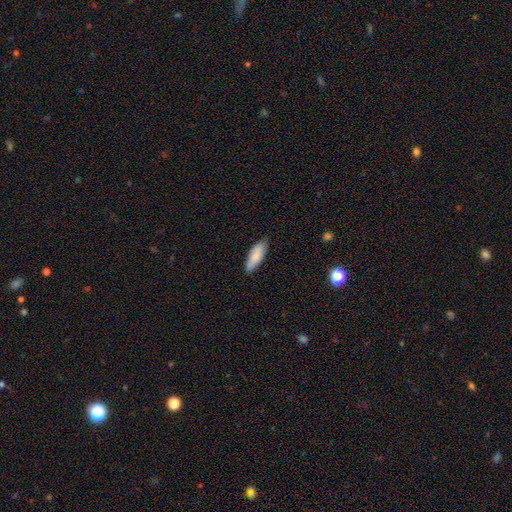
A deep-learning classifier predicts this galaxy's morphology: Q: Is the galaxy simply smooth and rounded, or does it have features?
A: smooth — 85%.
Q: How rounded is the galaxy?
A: in between — 60%.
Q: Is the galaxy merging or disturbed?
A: none — 82%.